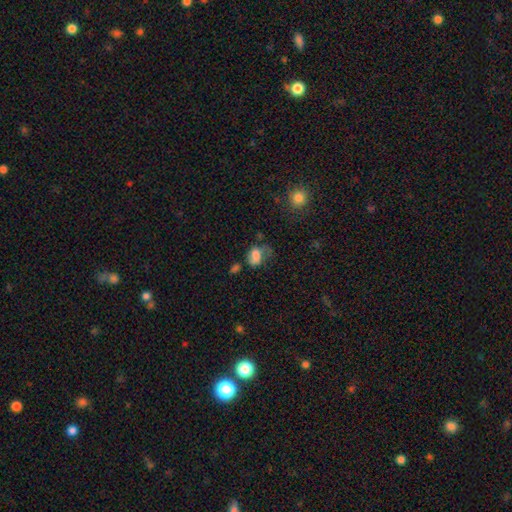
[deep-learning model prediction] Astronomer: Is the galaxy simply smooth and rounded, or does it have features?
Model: smooth — 72%.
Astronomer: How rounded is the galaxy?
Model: in between — 77%.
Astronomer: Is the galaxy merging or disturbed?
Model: major disturbance — 33% (runner-up: none, 29%).